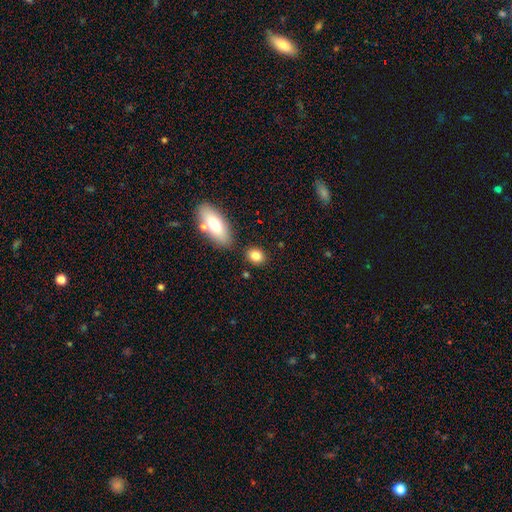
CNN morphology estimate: Smooth or featured?
  - smooth: 83% *
  - star or artifact: 9%
  - featured or disk: 8%
How rounded?
  - in between: 54% *
  - round: 43%
  - cigar-shaped: 2%
Merging?
  - none: 79% *
  - minor disturbance: 11%
  - merger: 7%
  - major disturbance: 3%